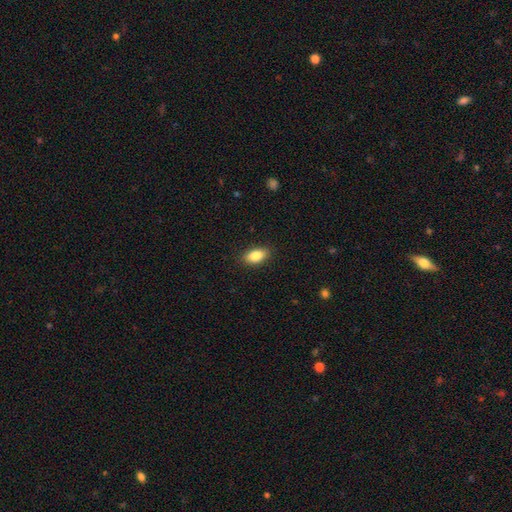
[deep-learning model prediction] Overall: smooth (85%). How rounded: in between (90%). Merging: none (87%).